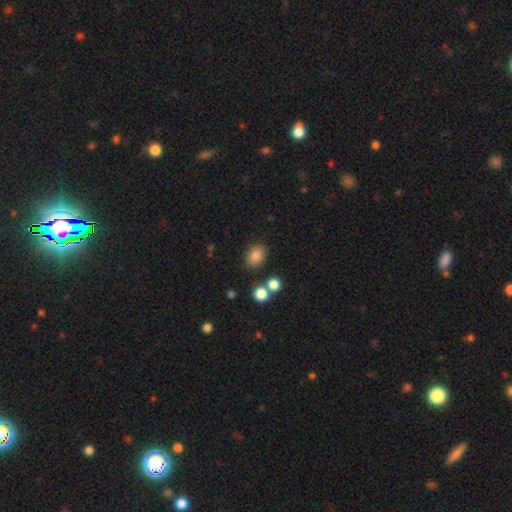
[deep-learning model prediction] Smooth or featured?
  - smooth: 81% *
  - star or artifact: 11%
  - featured or disk: 8%
How rounded?
  - in between: 65% *
  - round: 34%
  - cigar-shaped: 1%
Merging?
  - none: 79% *
  - minor disturbance: 11%
  - merger: 7%
  - major disturbance: 3%